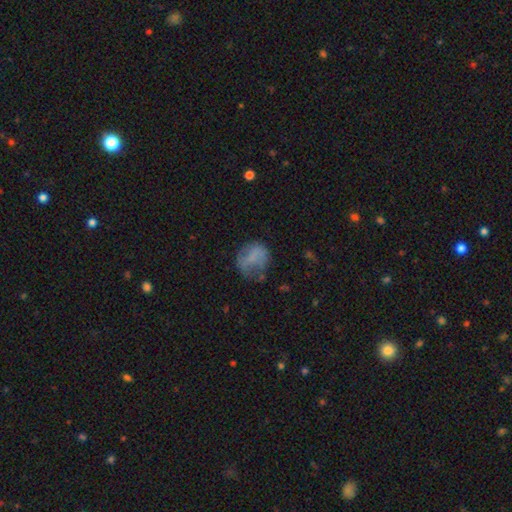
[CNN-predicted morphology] type=smooth (64%); roundness=round (70%); merging=none (45%).